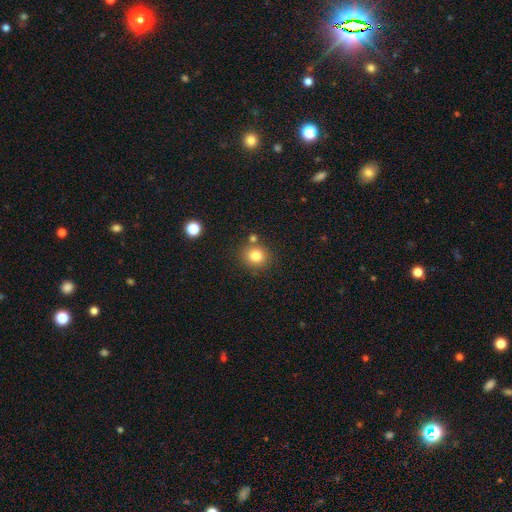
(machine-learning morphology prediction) A smooth galaxy with no disk features (82%) that is round (87%). Merging: none (78%).